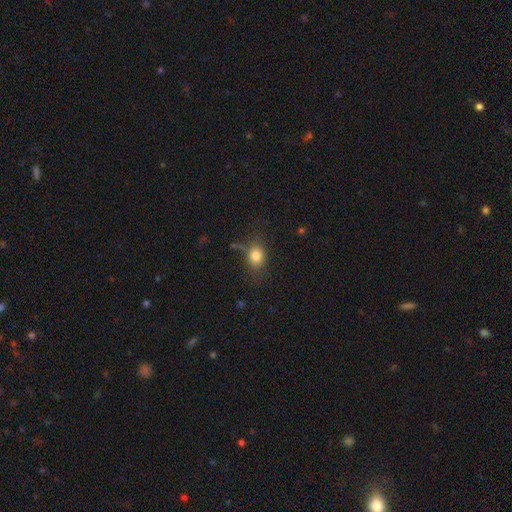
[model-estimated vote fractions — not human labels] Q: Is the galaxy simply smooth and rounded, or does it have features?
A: smooth — 80%.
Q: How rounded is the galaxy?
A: in between — 52%.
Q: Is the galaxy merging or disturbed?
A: none — 68%.